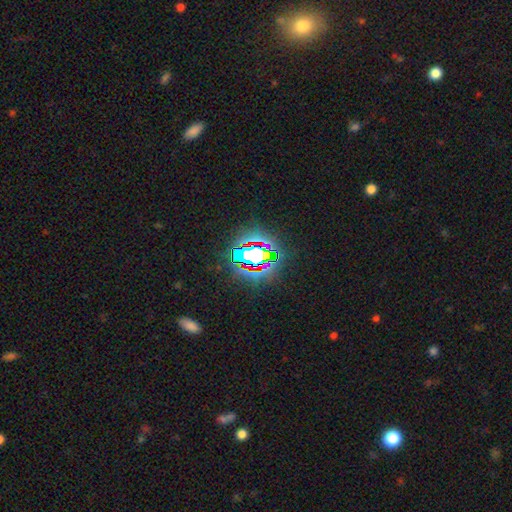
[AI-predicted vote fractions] Morphology: type=star or artifact (67%).